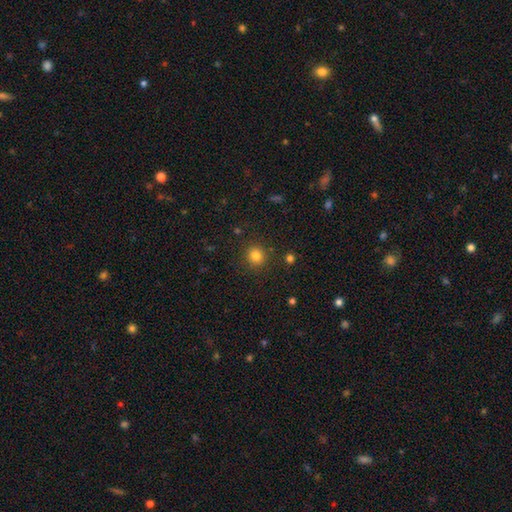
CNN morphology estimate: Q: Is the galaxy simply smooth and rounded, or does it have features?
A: smooth — 82%.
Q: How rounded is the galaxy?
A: round — 85%.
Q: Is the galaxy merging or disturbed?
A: none — 88%.